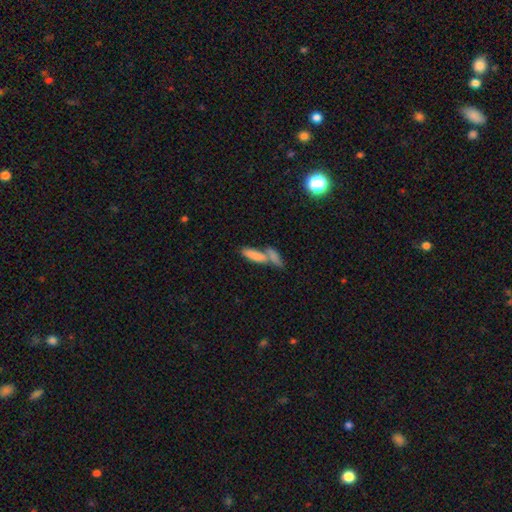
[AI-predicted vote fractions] Smooth or featured? Predicted: smooth (p=0.79). How rounded? Predicted: cigar-shaped (p=0.51). Merging? Predicted: merger (p=0.58).